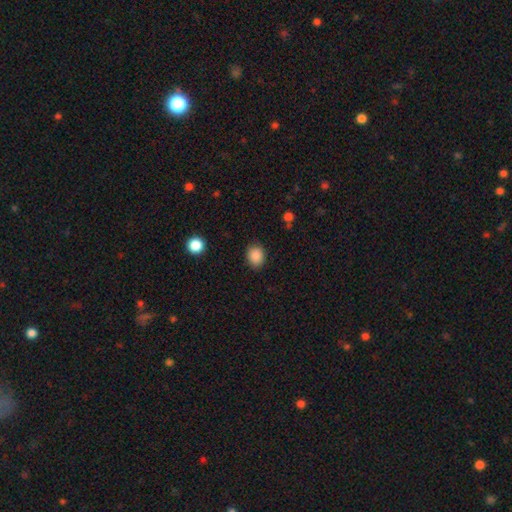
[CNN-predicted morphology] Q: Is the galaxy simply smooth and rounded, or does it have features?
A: smooth — 88%.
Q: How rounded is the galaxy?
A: round — 56%.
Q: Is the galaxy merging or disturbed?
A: none — 86%.